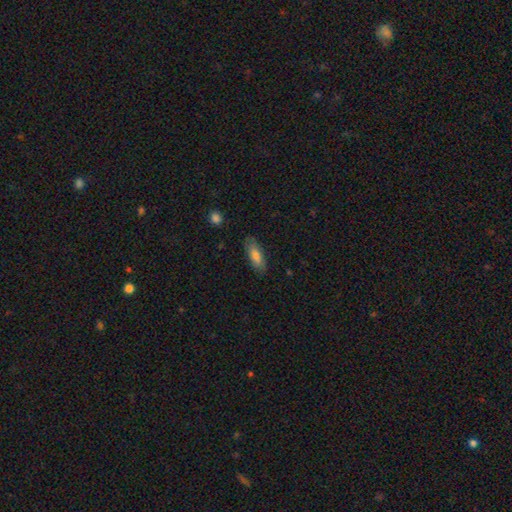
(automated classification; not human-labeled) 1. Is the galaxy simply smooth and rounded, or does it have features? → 74% smooth, 19% featured or disk, 6% star or artifact.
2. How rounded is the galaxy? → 65% in between, 33% cigar-shaped, 2% round.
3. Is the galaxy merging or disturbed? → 80% none, 15% minor disturbance, 3% major disturbance, 1% merger.